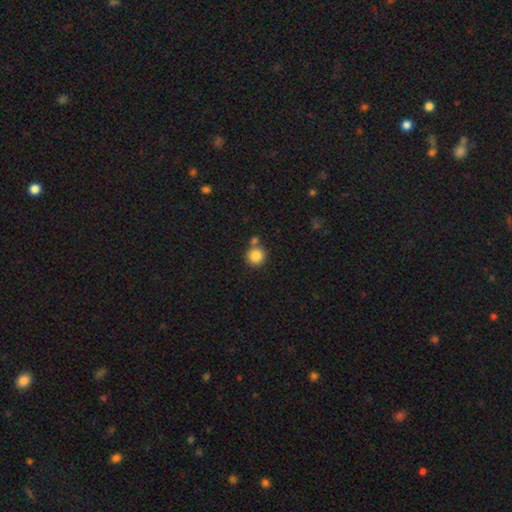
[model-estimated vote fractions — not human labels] This appears to be a smooth galaxy with no disk features (85%) that is round (92%). Merging: none (69%).